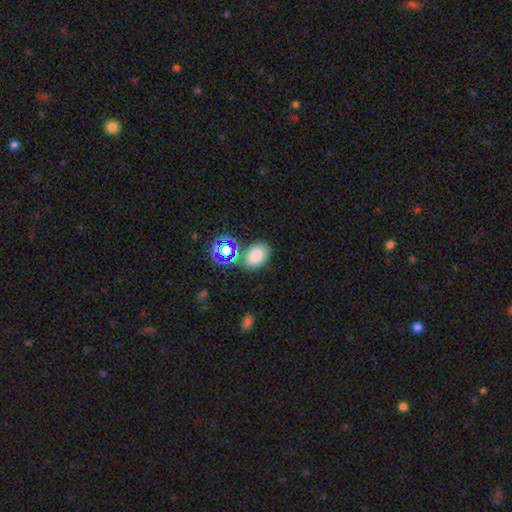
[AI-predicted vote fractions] smooth 76%, star or artifact 17%, featured or disk 7%. Down the decision tree: how rounded — in between (75%); merging — none (69%).